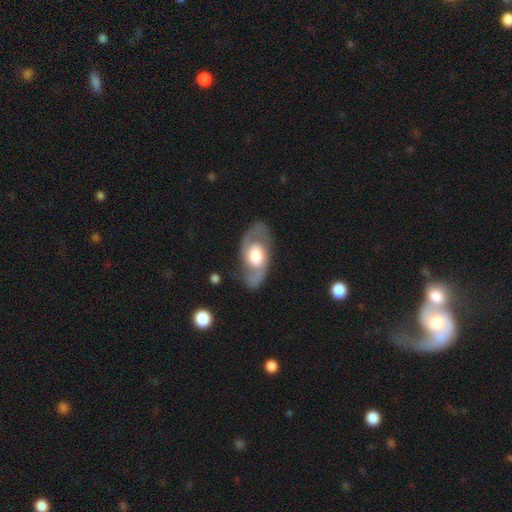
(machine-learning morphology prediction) The model was most divided on "bulge size": large: 48%, moderate: 40%, dominant: 6%, small: 5%, none: 1%. Remaining: edge-on disk — no (93%); spiral arm count — 2 (89%); spiral arms — yes (79%); smooth or featured — featured or disk (76%); merging — none (74%); bar — no (69%); spiral winding — medium (48%).